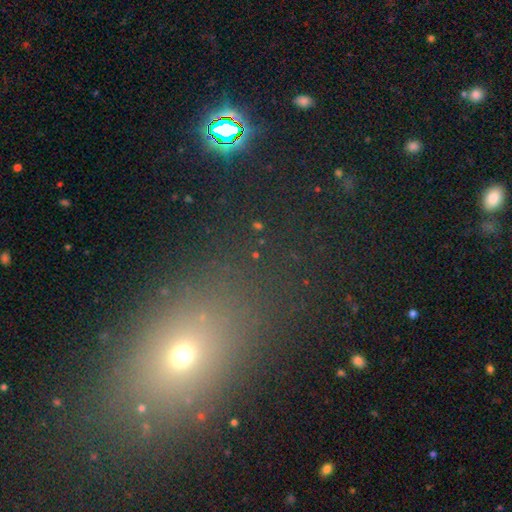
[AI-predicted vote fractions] Q: Smooth or featured?
A: star or artifact (58%); runner-up: smooth (30%)